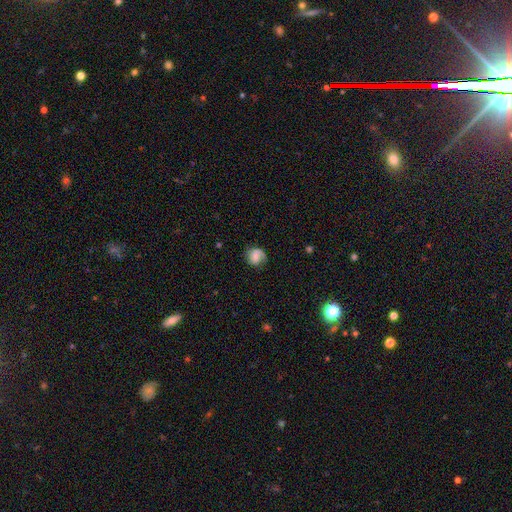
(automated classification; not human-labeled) smooth-or-featured: smooth: 54% | featured or disk: 37% | star or artifact: 9%
  how-rounded: round: 71% | in between: 28% | cigar-shaped: 1%
  merging: none: 58% | minor disturbance: 24% | major disturbance: 16% | merger: 2%